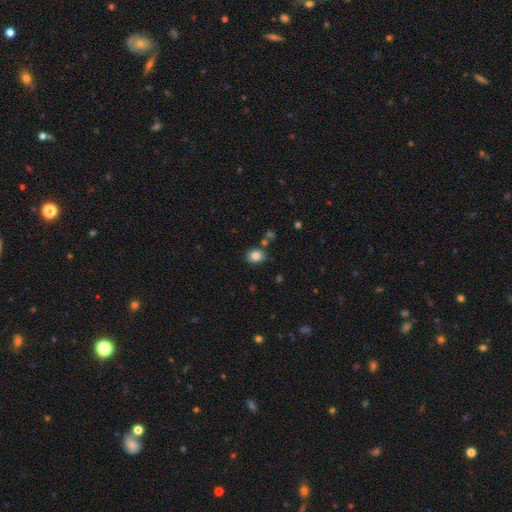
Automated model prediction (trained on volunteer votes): smooth 82%, star or artifact 11%, featured or disk 7%. Down the decision tree: how rounded — round (59%); merging — none (80%).